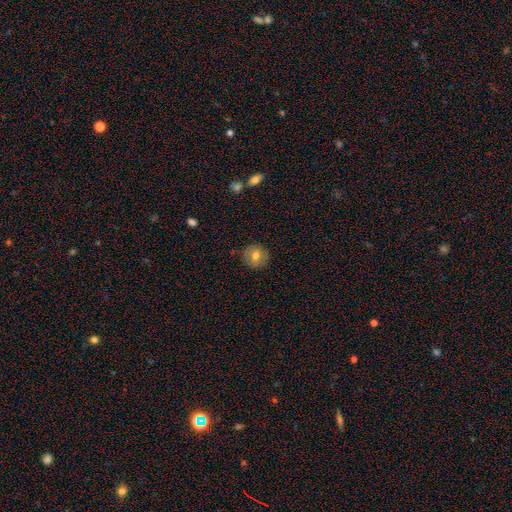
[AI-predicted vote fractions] Smooth or featured: smooth — 74% (featured or disk — 17%)
How rounded: round — 92% (in between — 7%)
Merging: none — 89% (minor disturbance — 8%)